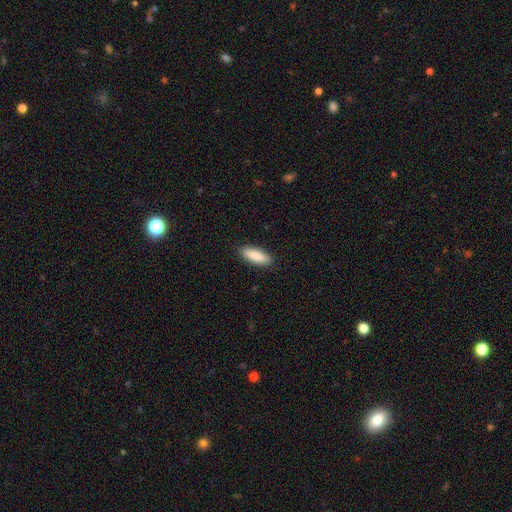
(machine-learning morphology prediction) Smooth or featured?
  - smooth: 88% *
  - featured or disk: 6%
  - star or artifact: 5%
How rounded?
  - in between: 58% *
  - cigar-shaped: 40%
  - round: 2%
Merging?
  - none: 90% *
  - minor disturbance: 7%
  - major disturbance: 2%
  - merger: 1%